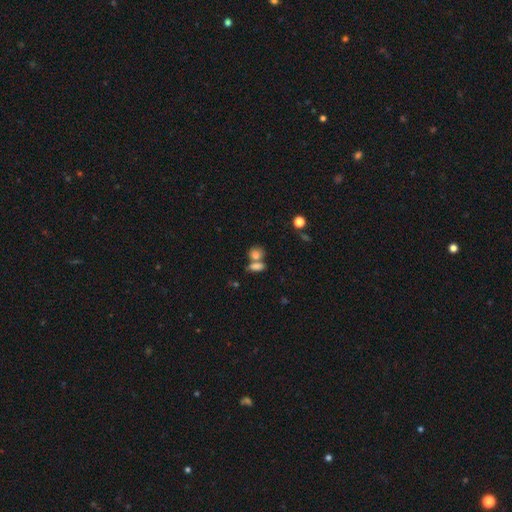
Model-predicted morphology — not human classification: type=smooth (80%); roundness=round (52%); merging=none (43%, tied with merger).